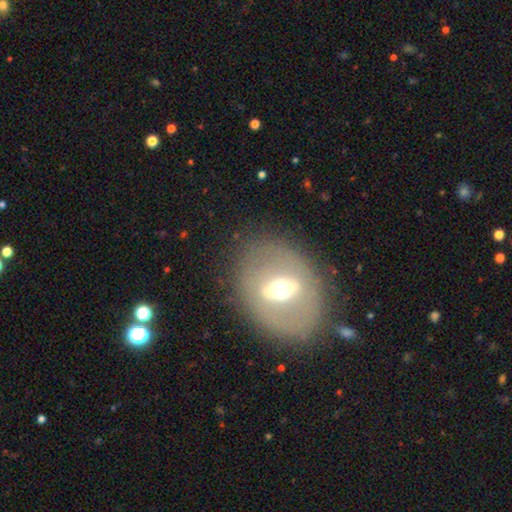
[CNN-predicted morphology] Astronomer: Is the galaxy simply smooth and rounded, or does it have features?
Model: featured or disk — 59%.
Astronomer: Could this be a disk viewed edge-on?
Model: no — 86%.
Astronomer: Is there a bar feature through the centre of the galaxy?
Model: strong — 45% (runner-up: weak, 38%).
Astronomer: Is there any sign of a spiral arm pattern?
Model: no — 82%.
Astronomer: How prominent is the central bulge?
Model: moderate — 68%.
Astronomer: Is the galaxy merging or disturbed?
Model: none — 78%.